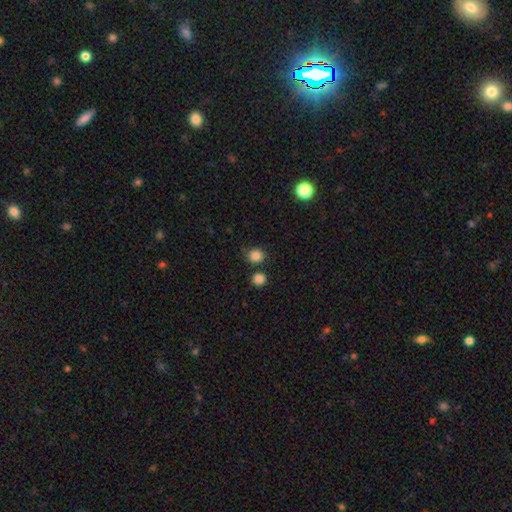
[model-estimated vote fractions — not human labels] smooth_or_featured: smooth (p=0.85) [alt: star or artifact p=0.12]
how_rounded: round (p=0.85) [alt: in between p=0.14]
merging: none (p=0.78) [alt: minor disturbance p=0.11]